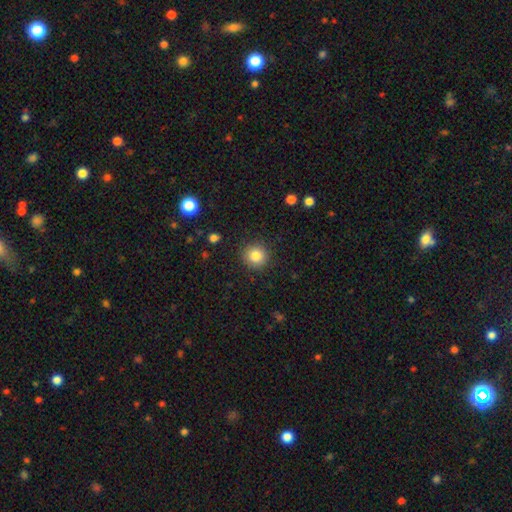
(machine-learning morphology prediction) This is clearly a smooth galaxy (85%). How rounded: clearly round (92%). Merging: clearly none (90%).